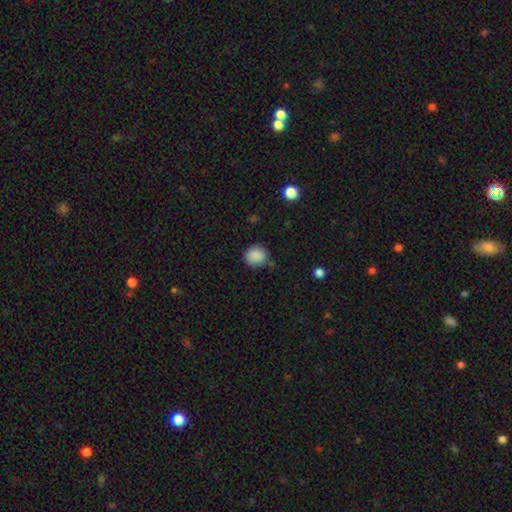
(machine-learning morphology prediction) Smooth or featured? Predicted: smooth (p=0.88). How rounded? Predicted: round (p=0.81). Merging? Predicted: none (p=0.78).